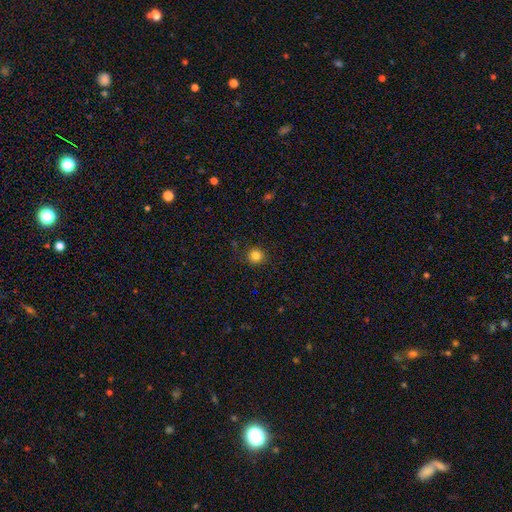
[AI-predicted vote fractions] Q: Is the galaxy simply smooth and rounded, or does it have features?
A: smooth — 82%.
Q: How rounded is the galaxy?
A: round — 94%.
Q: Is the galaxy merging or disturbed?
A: none — 91%.